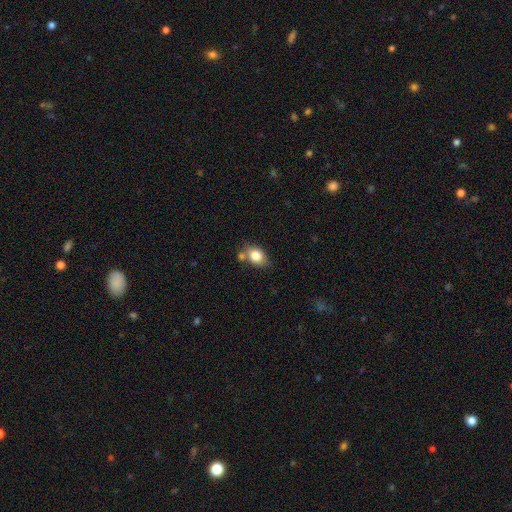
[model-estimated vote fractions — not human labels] smooth-or-featured: smooth: 81% | featured or disk: 10% | star or artifact: 9%
  how-rounded: in between: 66% | round: 33% | cigar-shaped: 1%
  merging: none: 56% | merger: 19% | minor disturbance: 19% | major disturbance: 5%